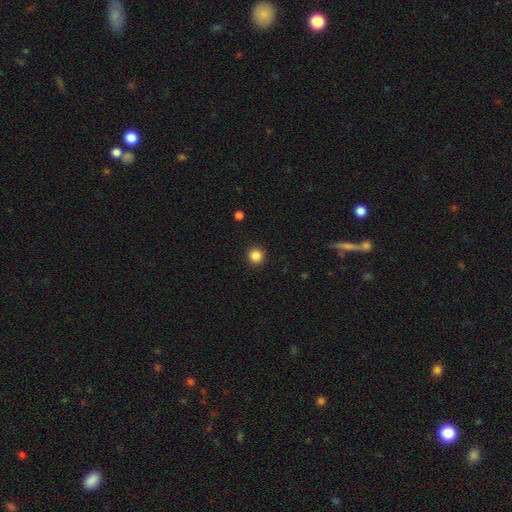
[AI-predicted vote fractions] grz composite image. It shows a smooth galaxy with no disk features (86%) that is round (92%). Merging: none (92%).